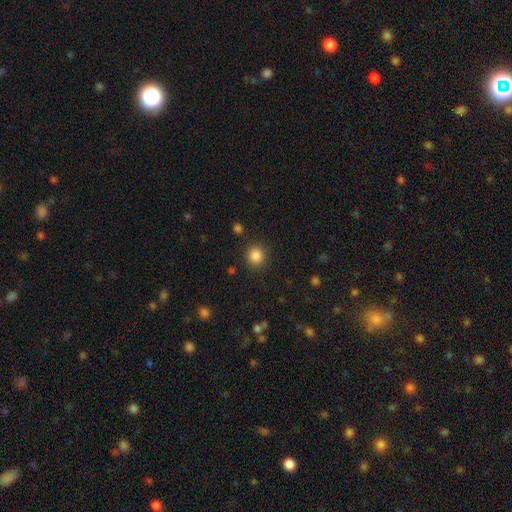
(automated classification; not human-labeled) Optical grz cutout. It shows a smooth galaxy with no disk features (85%) that is round (89%). Merging: none (89%).